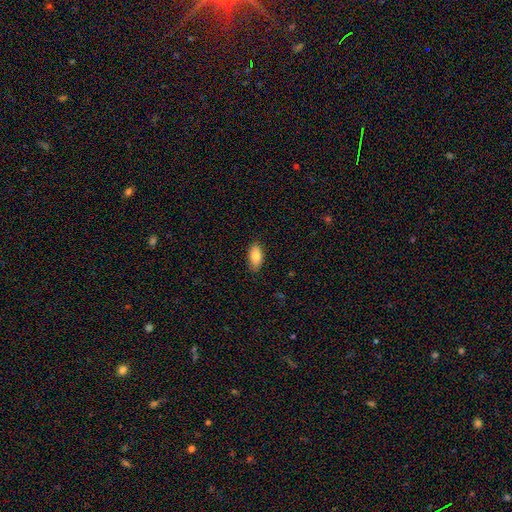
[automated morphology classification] This is clearly a smooth galaxy (85%). How rounded: clearly in between (92%). Merging: clearly none (86%).